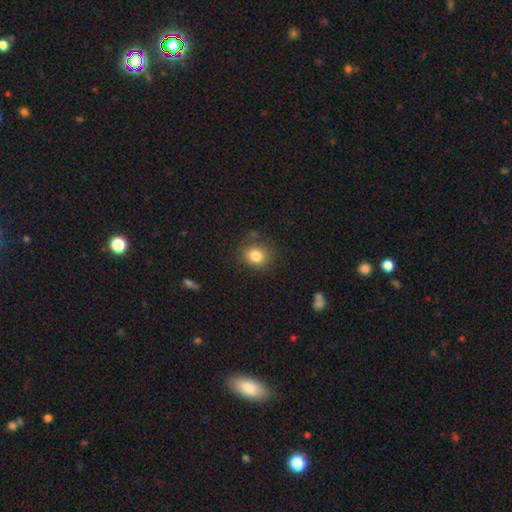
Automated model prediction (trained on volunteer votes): Q: Smooth or featured?
A: smooth (82%); runner-up: star or artifact (11%)
Q: How rounded?
A: round (73%); runner-up: in between (26%)
Q: Merging?
A: none (79%); runner-up: minor disturbance (14%)